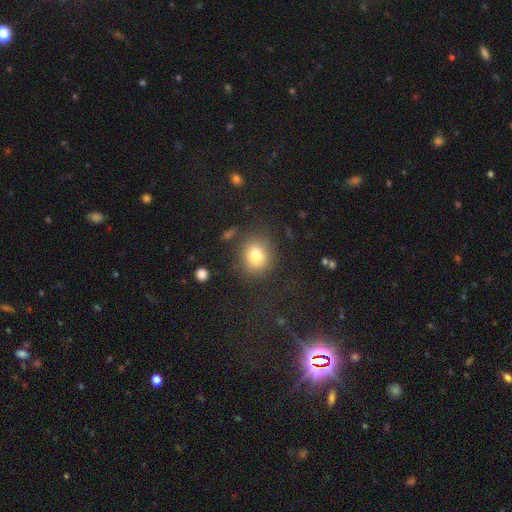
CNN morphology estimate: Smooth or featured?
  - smooth: 79% *
  - star or artifact: 11%
  - featured or disk: 9%
How rounded?
  - round: 71% *
  - in between: 28%
  - cigar-shaped: 1%
Merging?
  - none: 79% *
  - minor disturbance: 12%
  - major disturbance: 6%
  - merger: 3%